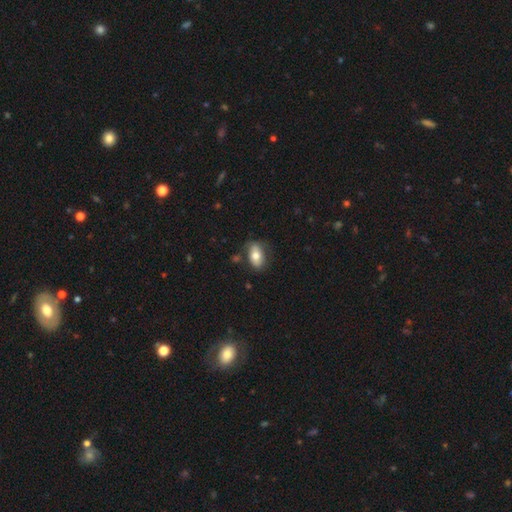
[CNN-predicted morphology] Smooth or featured? Predicted: smooth (p=0.72). How rounded? Predicted: in between (p=0.90). Merging? Predicted: none (p=0.70).